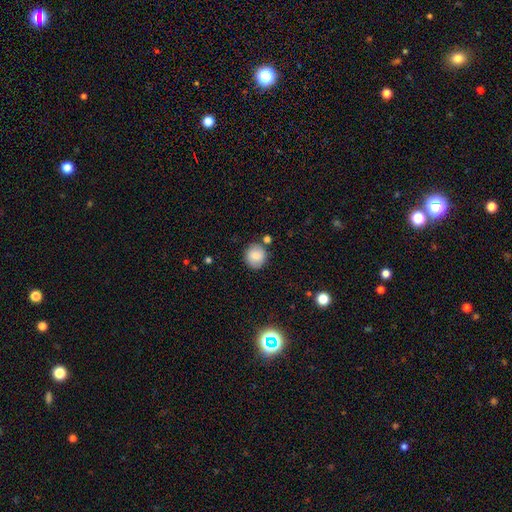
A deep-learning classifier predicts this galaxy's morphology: Smooth or featured?
  - smooth: 79% *
  - featured or disk: 12%
  - star or artifact: 9%
How rounded?
  - round: 87% *
  - in between: 12%
  - cigar-shaped: 1%
Merging?
  - none: 81% *
  - minor disturbance: 11%
  - merger: 6%
  - major disturbance: 3%